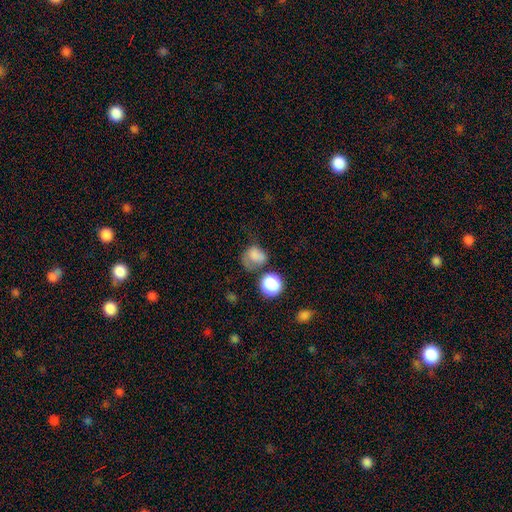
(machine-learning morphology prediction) smooth 75%, star or artifact 13%, featured or disk 12%. Down the decision tree: how rounded — round (63%); merging — none (36%).